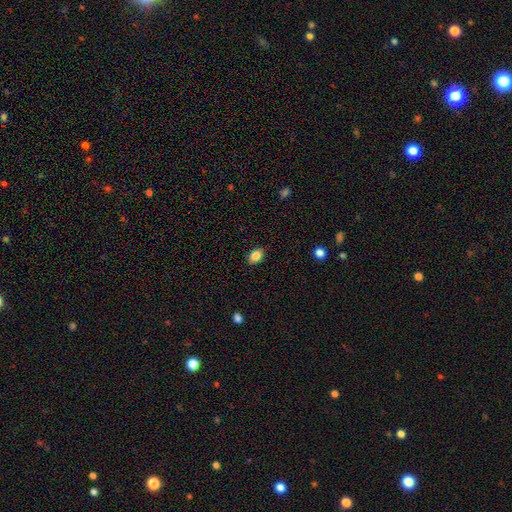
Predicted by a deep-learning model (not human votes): This is clearly a smooth galaxy (86%). How rounded: likely in between (77%). Merging: clearly none (87%).